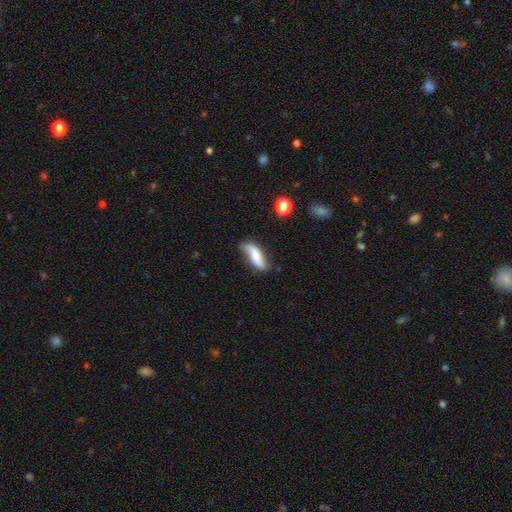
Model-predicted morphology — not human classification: type=smooth (53%); roundness=in between (60%); merging=none (58%).